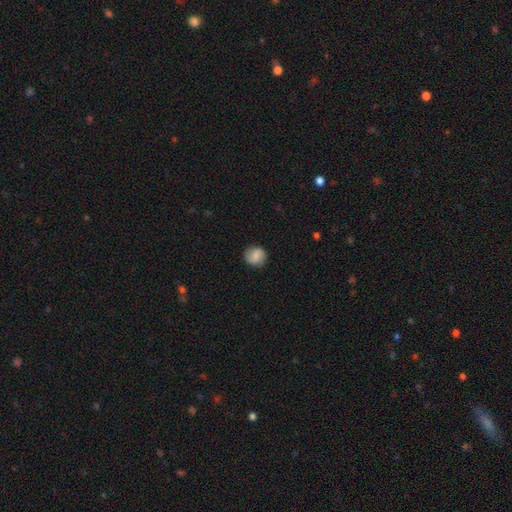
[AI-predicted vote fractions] Smooth or featured: smooth — 56% (featured or disk — 35%)
How rounded: round — 84% (in between — 14%)
Merging: none — 85% (minor disturbance — 11%)